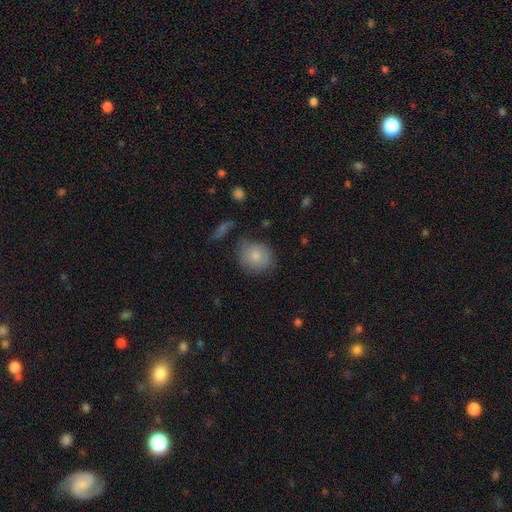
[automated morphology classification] Smooth or featured? smooth (80%)
How rounded? round (81%)
Merging? none (70%)